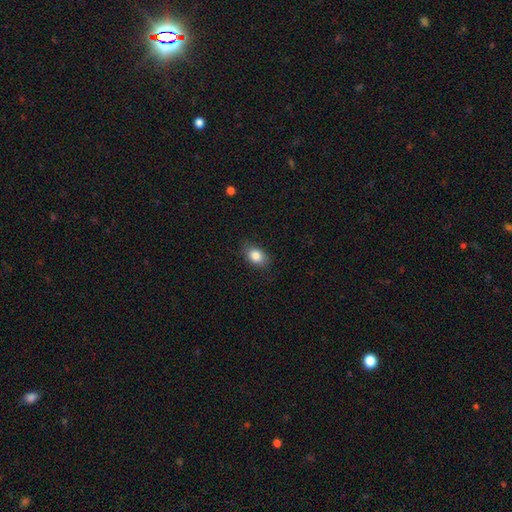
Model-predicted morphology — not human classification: Overall: smooth (84%). How rounded: in between (81%). Merging: none (84%).